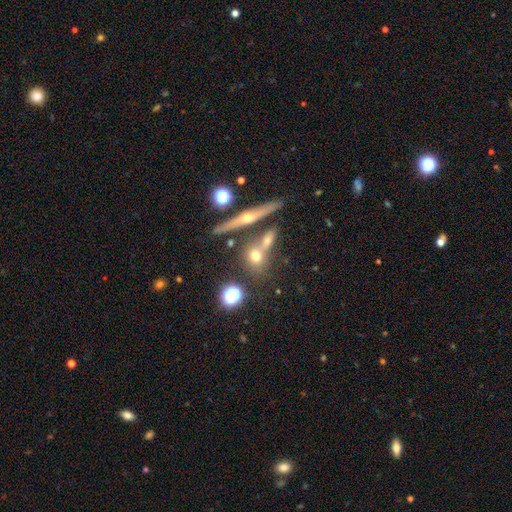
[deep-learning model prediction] smooth 56%, featured or disk 28%, star or artifact 16%. Down the decision tree: how rounded — round (64%); merging — none (55%).